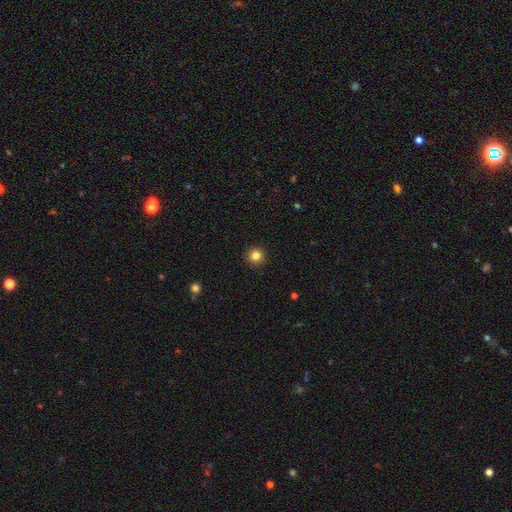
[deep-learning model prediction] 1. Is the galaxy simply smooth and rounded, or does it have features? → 83% smooth, 12% star or artifact, 5% featured or disk.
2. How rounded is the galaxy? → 95% round, 4% in between, 1% cigar-shaped.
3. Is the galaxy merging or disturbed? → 93% none, 4% minor disturbance, 2% major disturbance, 1% merger.